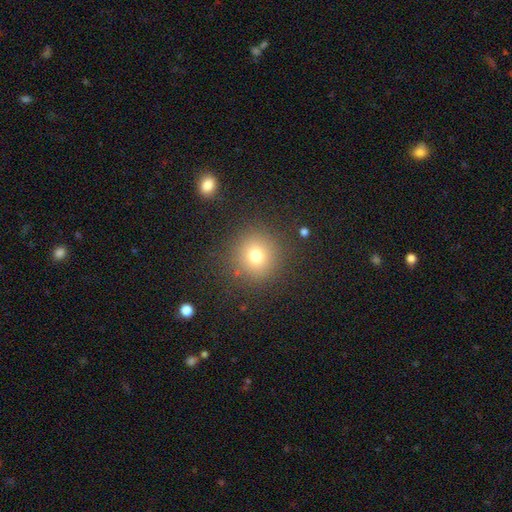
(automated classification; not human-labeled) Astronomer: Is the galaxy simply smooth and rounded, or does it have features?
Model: smooth — 75%.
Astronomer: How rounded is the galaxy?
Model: round — 93%.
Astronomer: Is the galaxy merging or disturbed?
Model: none — 87%.